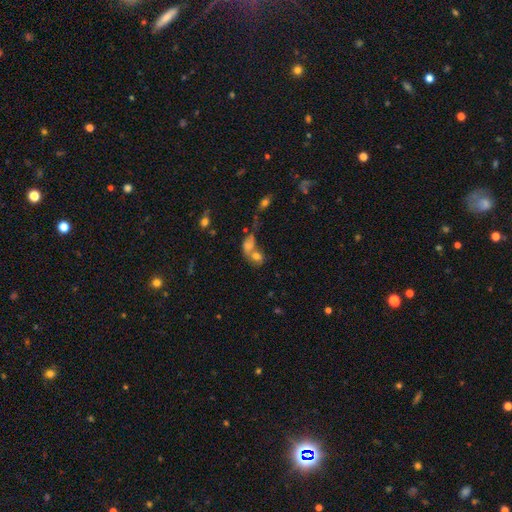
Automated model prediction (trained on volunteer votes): A smooth galaxy with no disk features (43%).

Vote fractions:
- Smooth or featured? smooth: 43% / star or artifact: 34% / featured or disk: 24%
- Merging? merger: 50% / none: 30% / major disturbance: 11% / minor disturbance: 9%